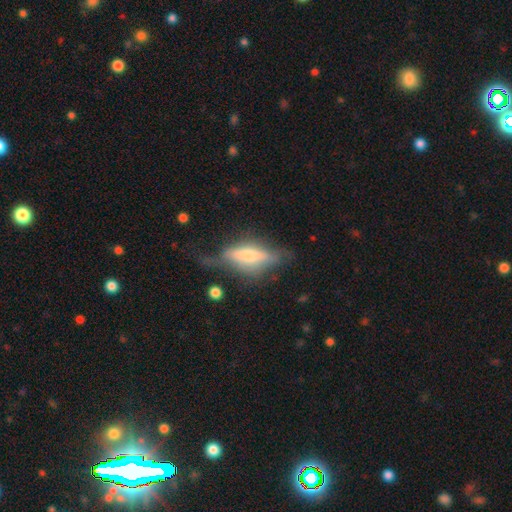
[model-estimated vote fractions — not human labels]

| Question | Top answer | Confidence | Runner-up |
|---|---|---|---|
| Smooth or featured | featured or disk | 58% | smooth (34%) |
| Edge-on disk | yes | 77% | no (23%) |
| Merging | none | 45% | minor disturbance (27%) |